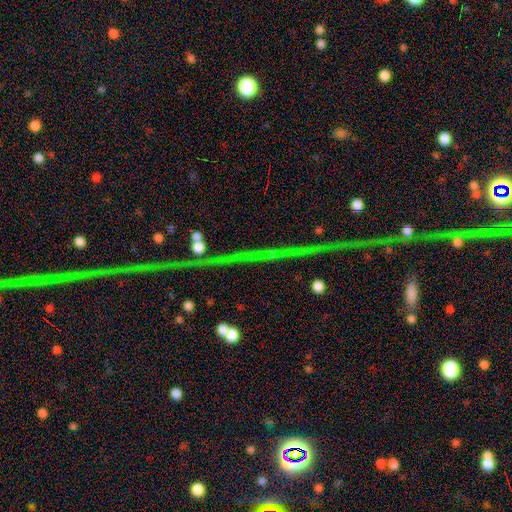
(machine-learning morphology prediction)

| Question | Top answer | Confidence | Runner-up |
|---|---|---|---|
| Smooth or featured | star or artifact | 60% | featured or disk (23%) |